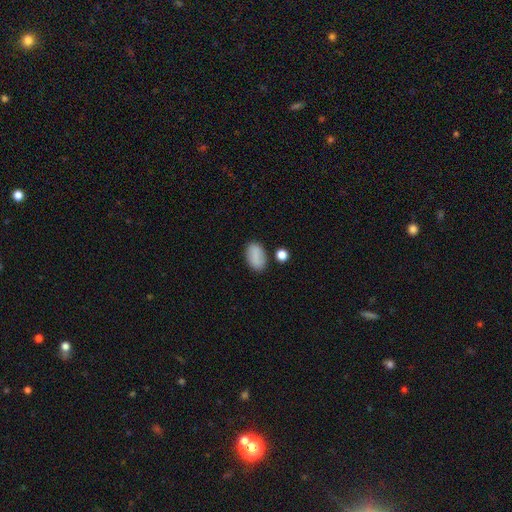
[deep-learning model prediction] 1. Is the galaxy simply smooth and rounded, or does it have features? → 85% smooth, 8% star or artifact, 7% featured or disk.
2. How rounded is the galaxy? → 90% in between, 9% round, 2% cigar-shaped.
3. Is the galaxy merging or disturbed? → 78% none, 13% minor disturbance, 5% merger, 3% major disturbance.